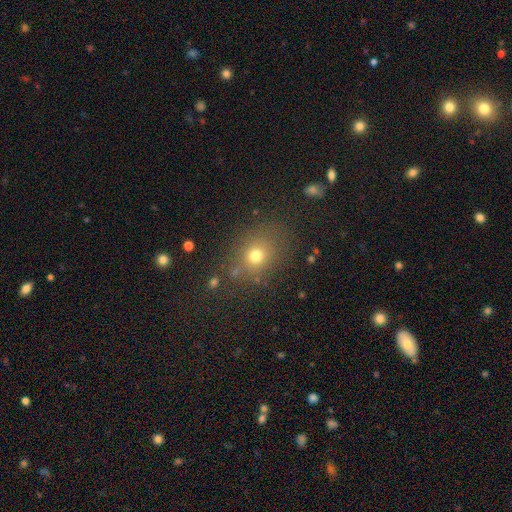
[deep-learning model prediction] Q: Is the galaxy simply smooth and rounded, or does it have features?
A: smooth — 72%.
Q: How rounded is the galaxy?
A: round — 62%.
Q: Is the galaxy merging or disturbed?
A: none — 78%.